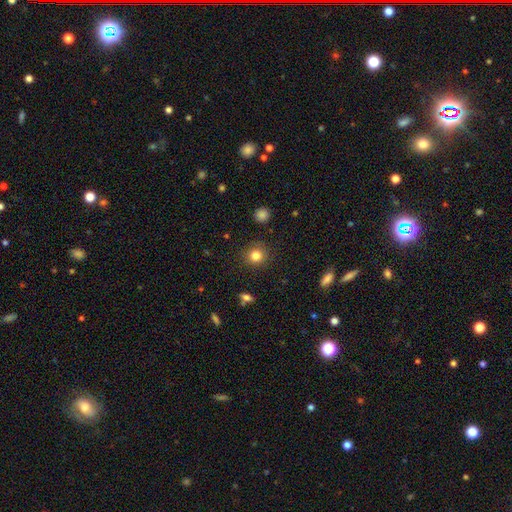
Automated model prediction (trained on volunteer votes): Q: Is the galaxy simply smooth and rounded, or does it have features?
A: smooth — 82%.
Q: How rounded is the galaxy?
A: round — 90%.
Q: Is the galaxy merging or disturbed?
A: none — 89%.